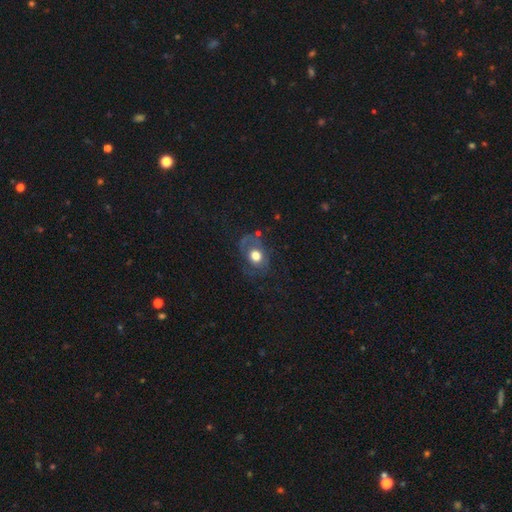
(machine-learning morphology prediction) Overall: smooth (55%; featured or disk 34%). How rounded: in between (52%; round 46%). Merging: none (55%; minor disturbance 23%).